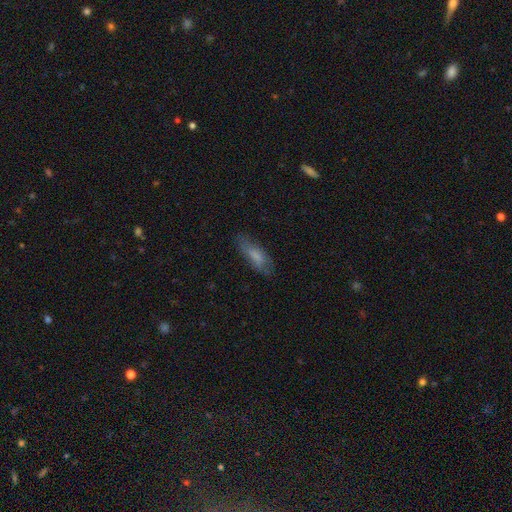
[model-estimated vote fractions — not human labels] Smooth or featured? Predicted: smooth (p=0.72). How rounded? Predicted: in between (p=0.58). Merging? Predicted: none (p=0.69).